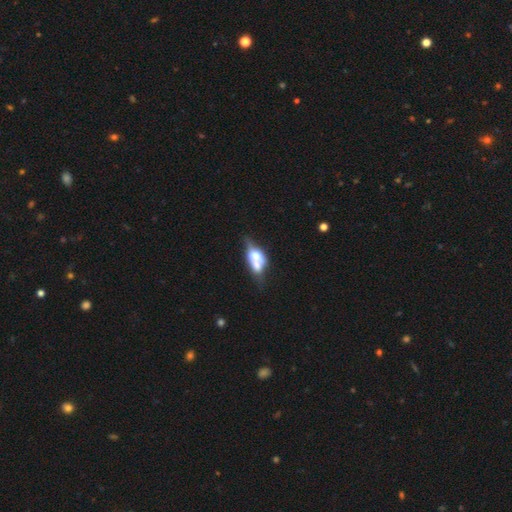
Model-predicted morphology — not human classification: Smooth or featured? Predicted: featured or disk (p=0.47). Merging? Predicted: merger (p=0.49).